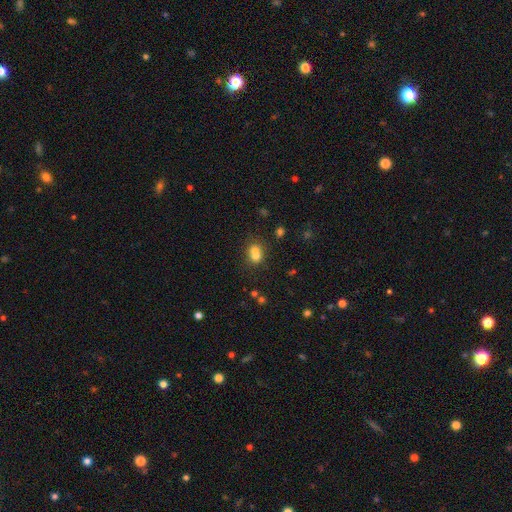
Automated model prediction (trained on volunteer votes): This is likely a smooth galaxy (69%). How rounded: possibly round (59%). Merging: likely merger (60%).